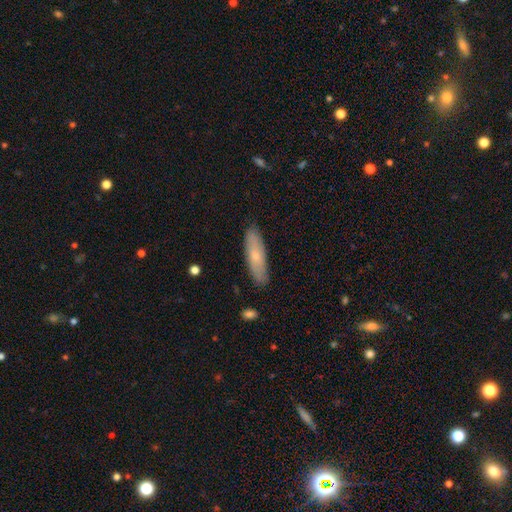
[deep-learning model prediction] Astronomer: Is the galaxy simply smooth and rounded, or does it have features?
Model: smooth — 63%.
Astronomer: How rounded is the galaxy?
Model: cigar-shaped — 63%.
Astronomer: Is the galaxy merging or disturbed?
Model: none — 86%.